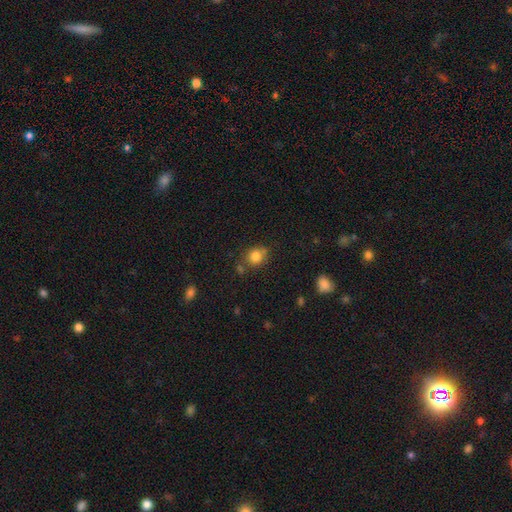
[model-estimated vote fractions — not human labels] Overall: smooth (81%). How rounded: round (75%). Merging: none (64%).